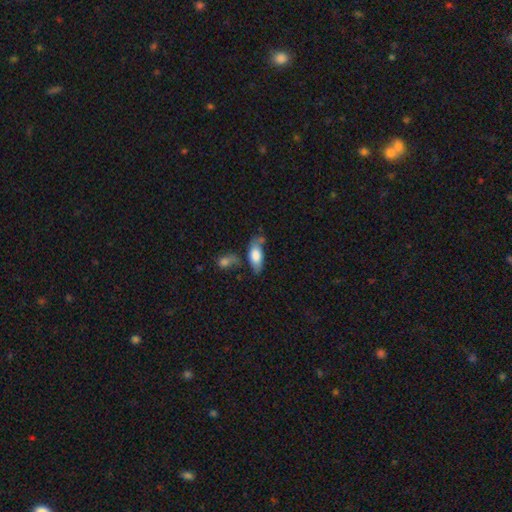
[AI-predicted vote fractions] Q: Smooth or featured?
A: smooth (72%); runner-up: featured or disk (21%)
Q: How rounded?
A: in between (88%); runner-up: cigar-shaped (8%)
Q: Merging?
A: none (40%); runner-up: minor disturbance (26%)